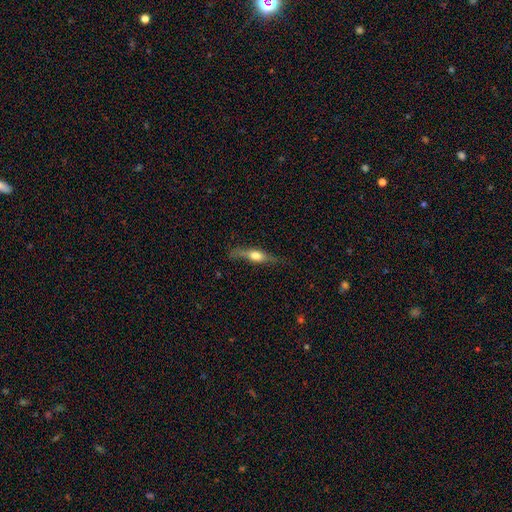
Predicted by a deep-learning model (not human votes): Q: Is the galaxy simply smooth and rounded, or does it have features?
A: featured or disk — 53%.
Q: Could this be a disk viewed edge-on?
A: yes — 88%.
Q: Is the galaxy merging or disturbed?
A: none — 66%.